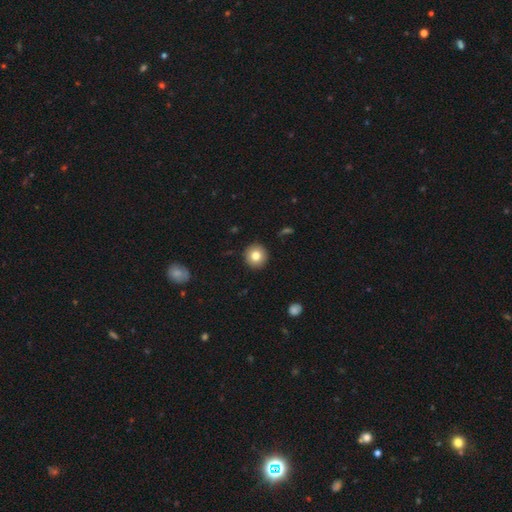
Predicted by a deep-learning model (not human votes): The model was most divided on "smooth or featured": smooth: 80%, featured or disk: 10%, star or artifact: 10%. More confident: how rounded — round (93%); merging — none (92%).